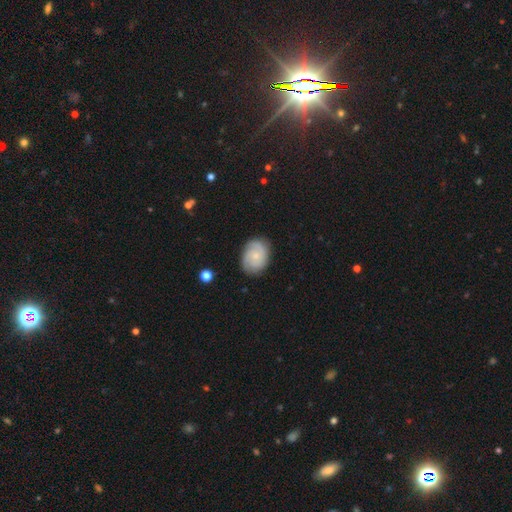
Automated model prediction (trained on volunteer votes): The model was most divided on "spiral arm count": 3: 31%, 2: 28%, can't tell: 26%, 4: 6%, 1: 5%, more than 4: 4%. More confident: edge-on disk — no (97%); spiral arms — yes (92%); merging — none (79%); bar — no (76%); bulge size — small (73%); smooth or featured — featured or disk (63%); spiral winding — tight (56%).